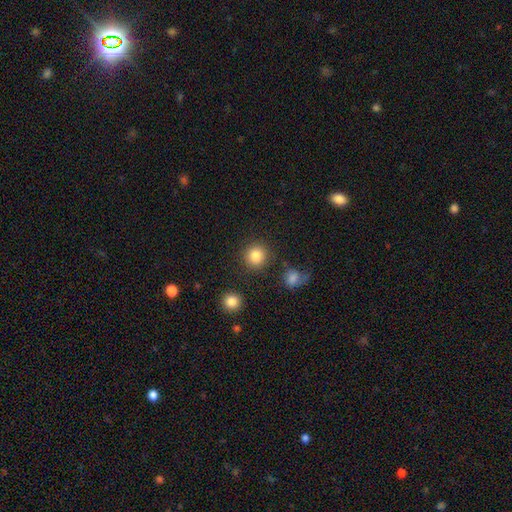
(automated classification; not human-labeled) This appears to be a smooth galaxy with no disk features (85%) that is round (92%). Merging: none (87%).